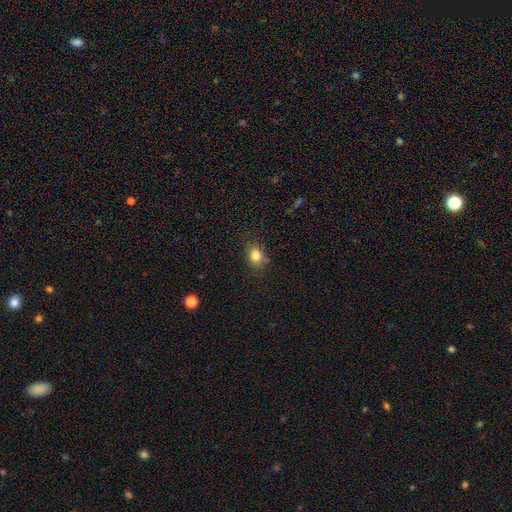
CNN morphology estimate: This appears to be a smooth galaxy with no disk features (82%) that is round (50%). Merging: none (80%).